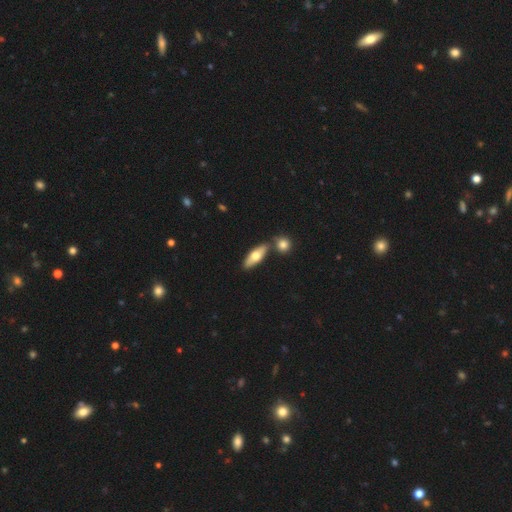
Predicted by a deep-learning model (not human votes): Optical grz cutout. It shows a smooth galaxy with no disk features (60%) that is in between round and cigar-shaped (61%). Merging: none (68%).